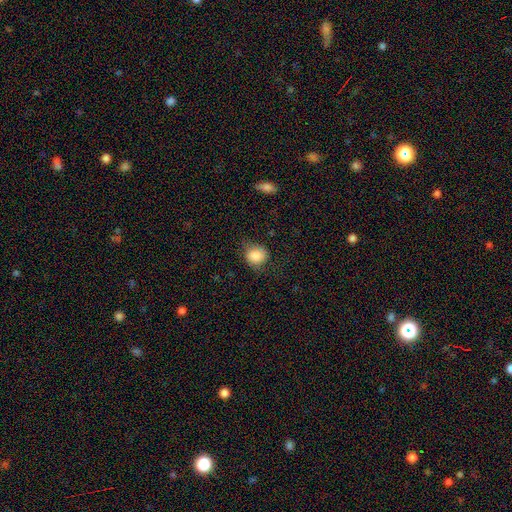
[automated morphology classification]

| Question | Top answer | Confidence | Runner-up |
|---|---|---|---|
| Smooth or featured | smooth | 85% | star or artifact (9%) |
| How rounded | round | 73% | in between (25%) |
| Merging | none | 63% | minor disturbance (27%) |